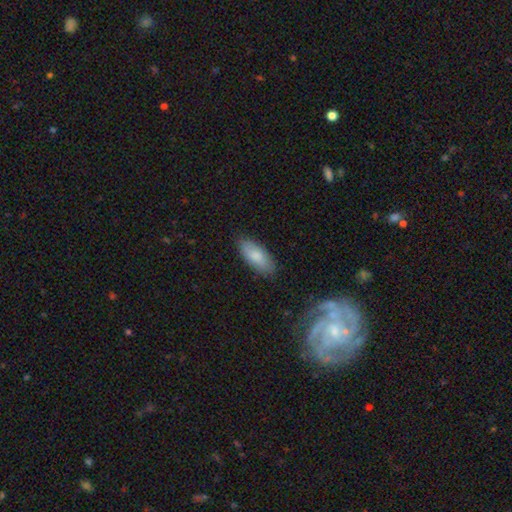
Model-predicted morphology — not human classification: Smooth or featured? smooth (82%)
How rounded? in between (85%)
Merging? none (84%)